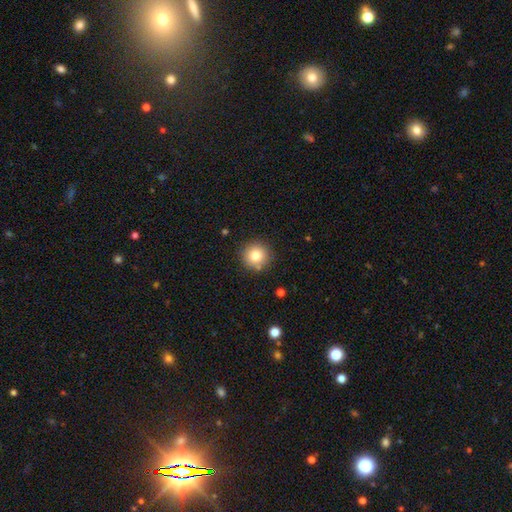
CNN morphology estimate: smooth-or-featured: smooth: 80% | star or artifact: 11% | featured or disk: 9%
  how-rounded: round: 95% | in between: 4% | cigar-shaped: 1%
  merging: none: 86% | minor disturbance: 8% | merger: 3% | major disturbance: 2%